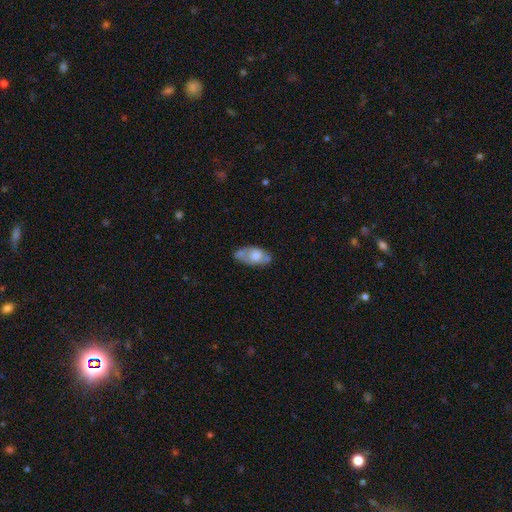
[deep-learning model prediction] Q: Smooth or featured?
A: smooth (48%); runner-up: featured or disk (45%)
Q: Merging?
A: none (49%); runner-up: minor disturbance (29%)